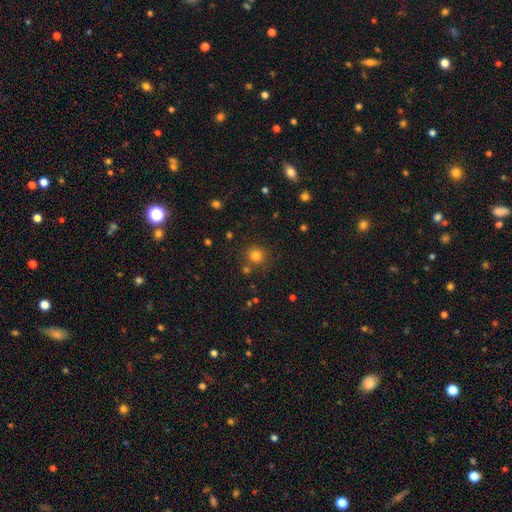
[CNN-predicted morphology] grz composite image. It shows a smooth galaxy with no disk features (79%) that is round (92%). Merging: none (80%).